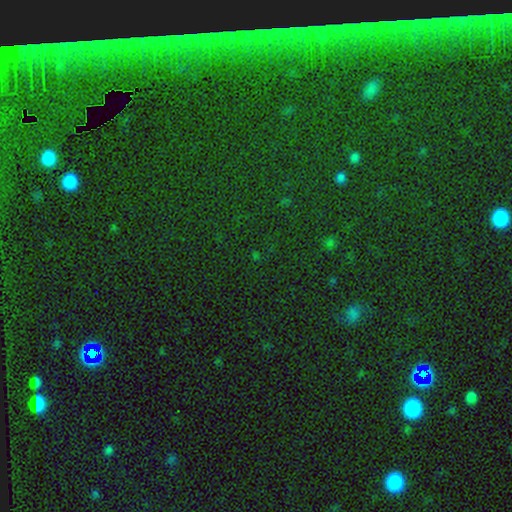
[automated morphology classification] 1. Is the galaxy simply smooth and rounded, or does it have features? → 72% star or artifact, 20% smooth, 8% featured or disk.